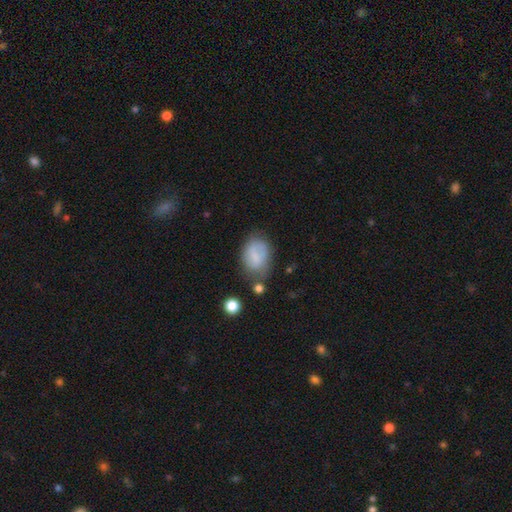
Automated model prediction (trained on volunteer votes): Overall: smooth (64%; featured or disk 27%). How rounded: in between (76%). Merging: none (56%; minor disturbance 27%).